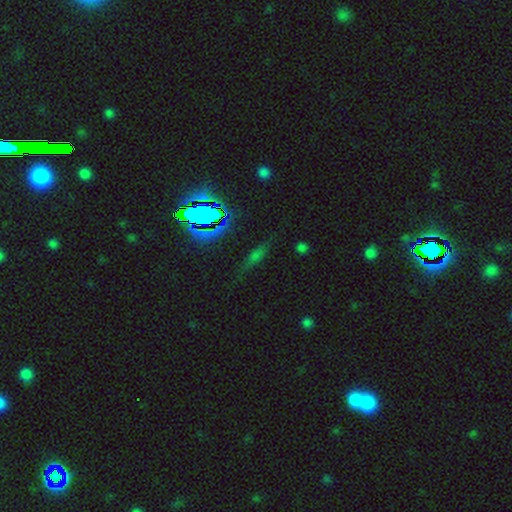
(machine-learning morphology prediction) Smooth or featured? smooth (38%)
Merging? none (77%)